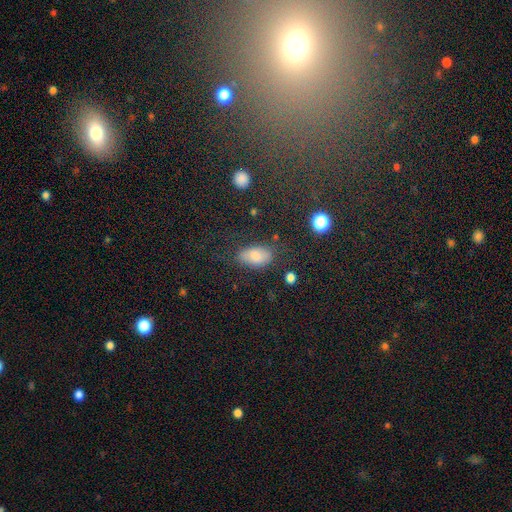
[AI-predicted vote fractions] The model was most divided on "merging": none: 71%, minor disturbance: 20%, major disturbance: 7%, merger: 3%. More confident: how rounded — in between (90%); smooth or featured — smooth (71%).